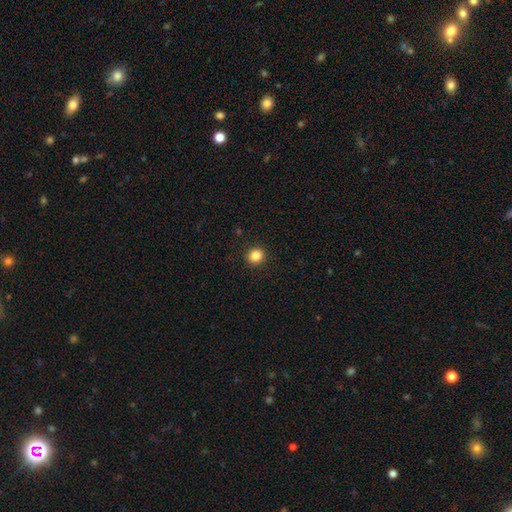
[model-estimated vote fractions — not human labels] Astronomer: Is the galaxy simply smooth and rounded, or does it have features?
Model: smooth — 85%.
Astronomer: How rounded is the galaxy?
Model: round — 88%.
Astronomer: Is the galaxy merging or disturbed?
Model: none — 92%.